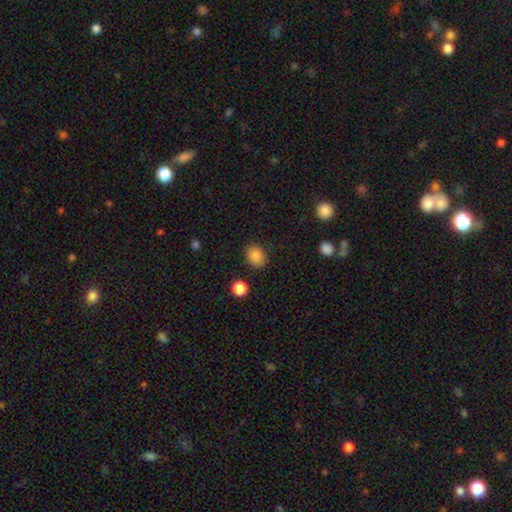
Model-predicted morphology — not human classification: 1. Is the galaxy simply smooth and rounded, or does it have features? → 86% smooth, 10% star or artifact, 4% featured or disk.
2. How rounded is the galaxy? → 60% round, 39% in between, 1% cigar-shaped.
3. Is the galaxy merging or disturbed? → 84% none, 11% minor disturbance, 3% major disturbance, 2% merger.